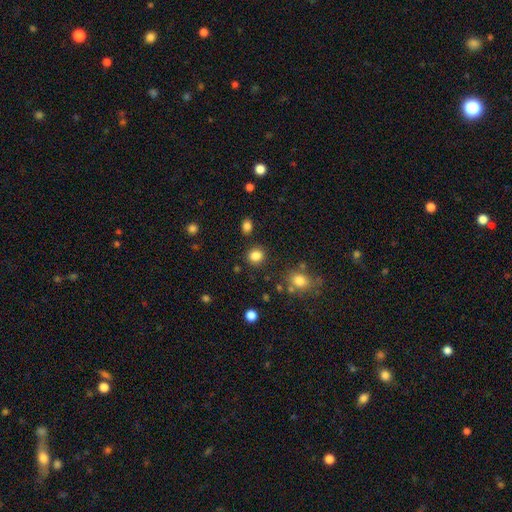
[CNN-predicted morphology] smooth-or-featured: smooth: 85% | star or artifact: 11% | featured or disk: 4%
  how-rounded: round: 80% | in between: 19% | cigar-shaped: 1%
  merging: none: 86% | minor disturbance: 8% | merger: 3% | major disturbance: 3%